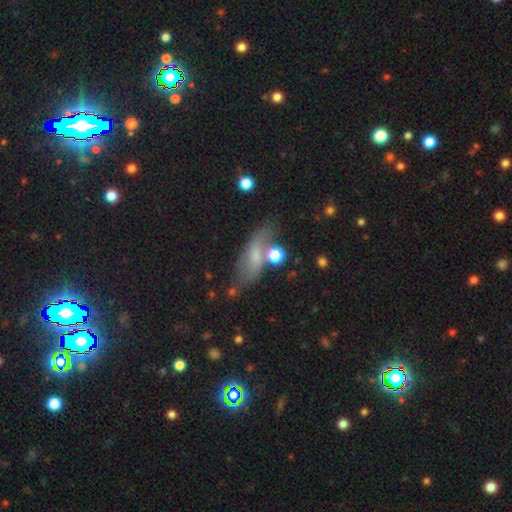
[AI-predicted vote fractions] Smooth or featured? smooth (49%)
Merging? none (58%)